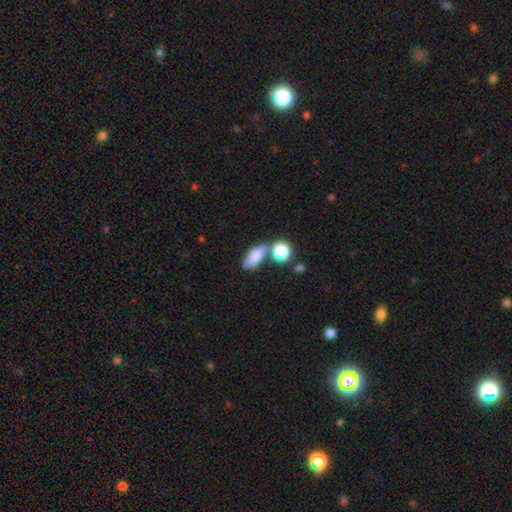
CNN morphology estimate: Smooth or featured? Predicted: smooth (p=0.69). How rounded? Predicted: in between (p=0.71). Merging? Predicted: none (p=0.53).